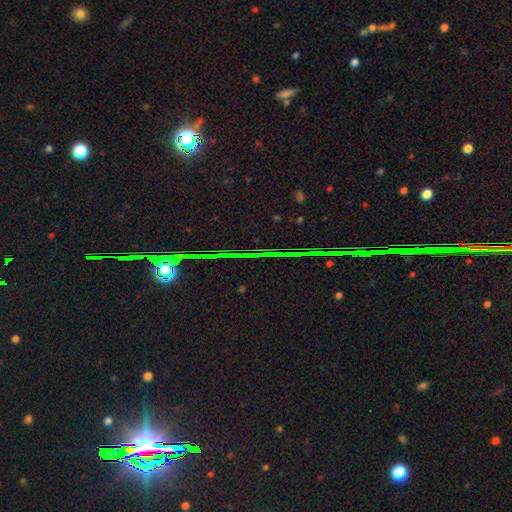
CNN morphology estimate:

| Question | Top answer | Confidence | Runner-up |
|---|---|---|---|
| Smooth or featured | star or artifact | 86% | smooth (7%) |